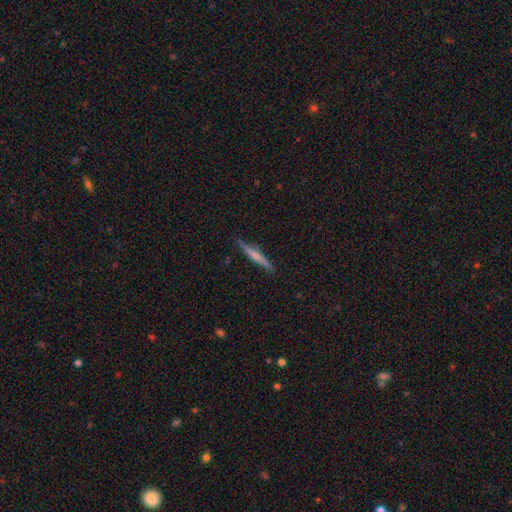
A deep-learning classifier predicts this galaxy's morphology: This is possibly a smooth galaxy (49%). Merging: clearly none (87%).